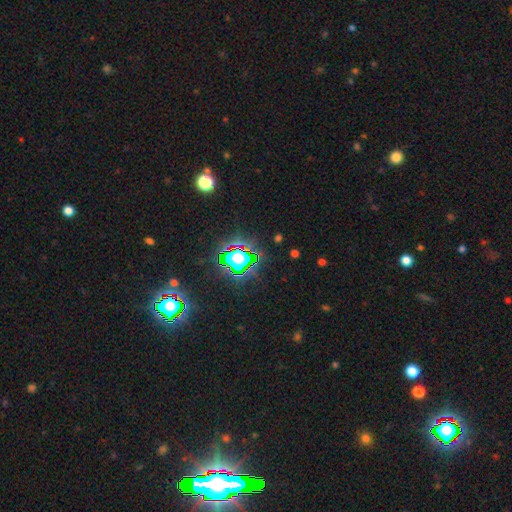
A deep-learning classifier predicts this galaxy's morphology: smooth-or-featured: star or artifact: 83% | smooth: 10% | featured or disk: 7%